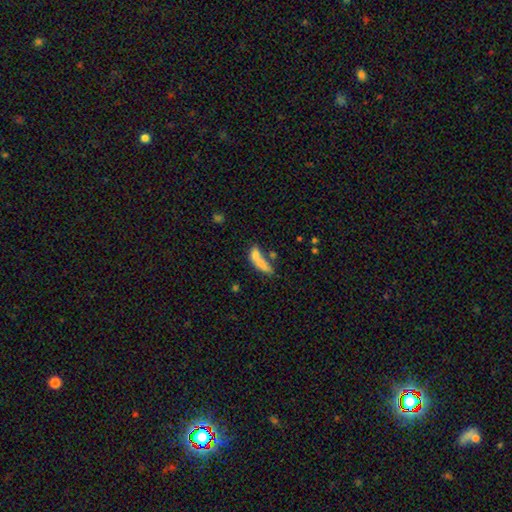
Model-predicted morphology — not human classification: Smooth or featured? smooth (67%)
How rounded? in between (51%)
Merging? merger (49%)